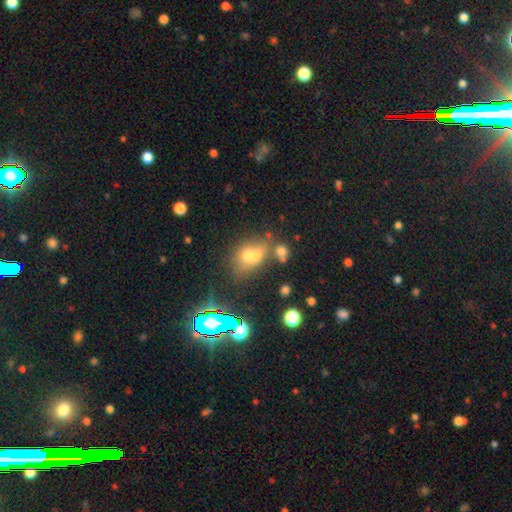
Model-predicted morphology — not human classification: A smooth galaxy with no disk features (59%) that is in between round and cigar-shaped (57%). Merging: merger (57%).